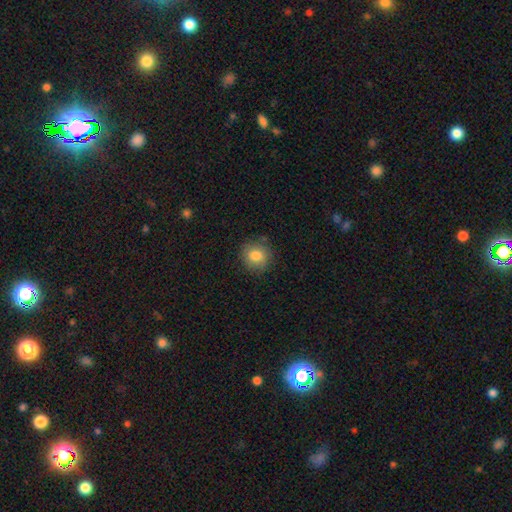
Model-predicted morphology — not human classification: type=smooth (83%); roundness=round (88%); merging=none (85%).